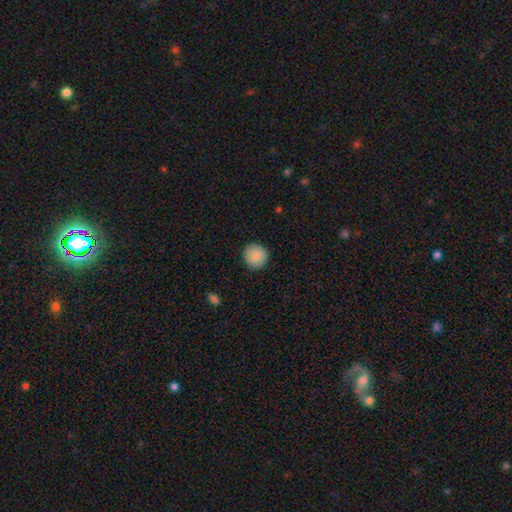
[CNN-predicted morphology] Q: Smooth or featured?
A: smooth (88%); runner-up: star or artifact (7%)
Q: How rounded?
A: round (93%); runner-up: in between (7%)
Q: Merging?
A: none (90%); runner-up: minor disturbance (7%)